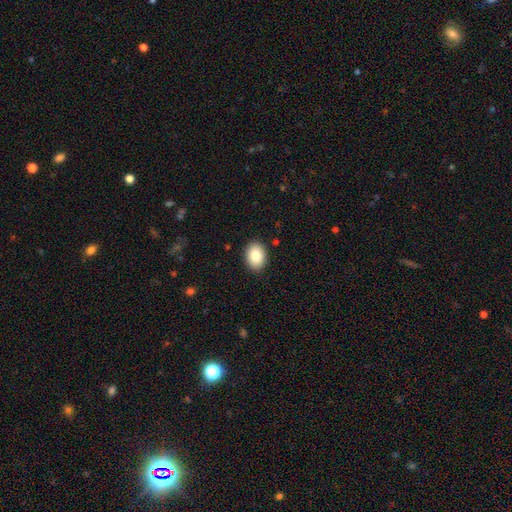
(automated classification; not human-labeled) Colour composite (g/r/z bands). It shows a smooth galaxy with no disk features (85%) that is in between round and cigar-shaped (67%). Merging: none (89%).